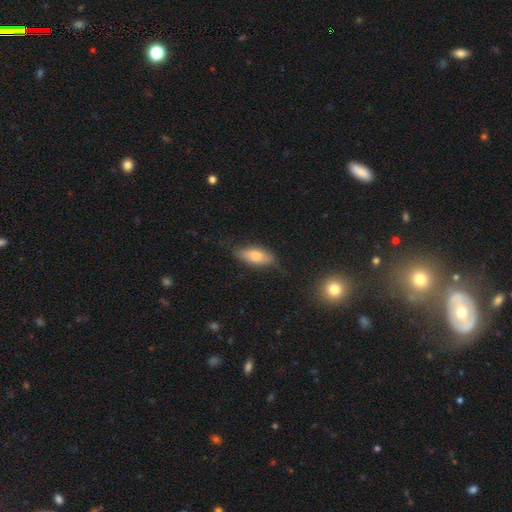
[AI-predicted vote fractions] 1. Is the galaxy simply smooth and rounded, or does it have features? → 68% smooth, 25% featured or disk, 7% star or artifact.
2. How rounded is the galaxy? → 74% in between, 23% cigar-shaped, 3% round.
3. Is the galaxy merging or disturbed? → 67% none, 25% minor disturbance, 6% major disturbance, 2% merger.